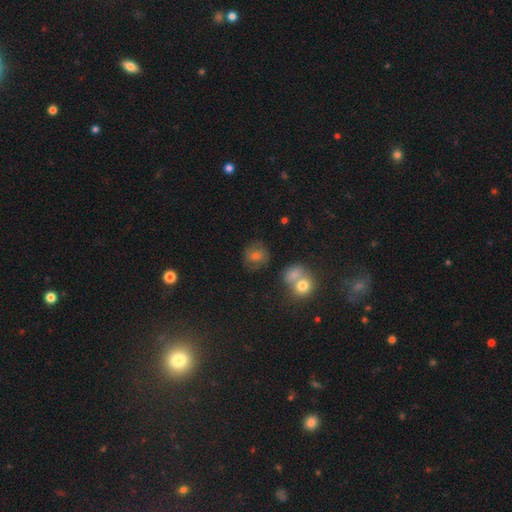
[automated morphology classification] Smooth or featured? Predicted: smooth (p=0.54). How rounded? Predicted: round (p=0.80). Merging? Predicted: none (p=0.71).